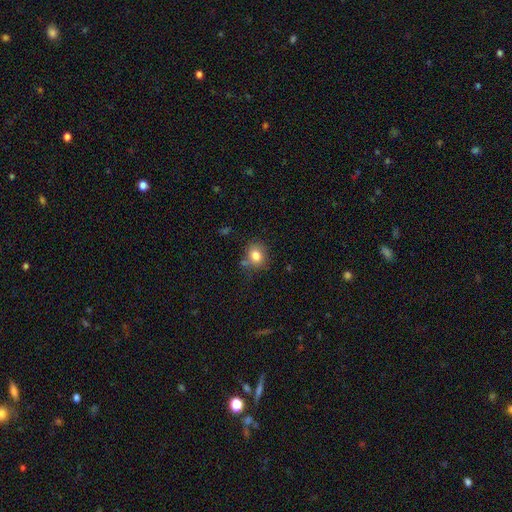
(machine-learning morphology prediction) Smooth or featured? smooth (81%)
How rounded? round (64%)
Merging? none (71%)